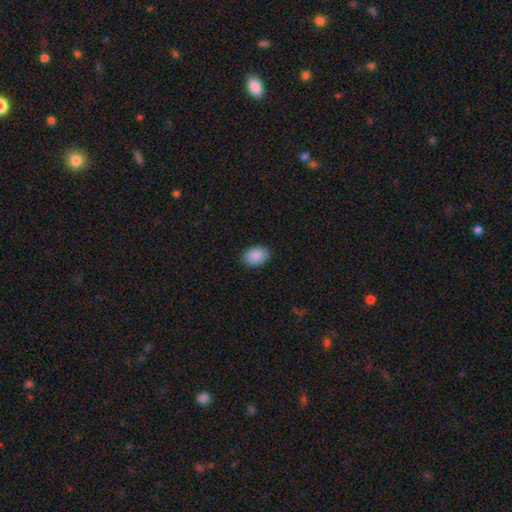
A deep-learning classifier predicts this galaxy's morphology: A smooth galaxy with no disk features (90%) that is in between round and cigar-shaped (80%).

Vote fractions:
- Smooth or featured? smooth: 90% / star or artifact: 7% / featured or disk: 3%
- How rounded? in between: 80% / round: 19% / cigar-shaped: 1%
- Merging? none: 88% / minor disturbance: 9% / major disturbance: 2% / merger: 1%